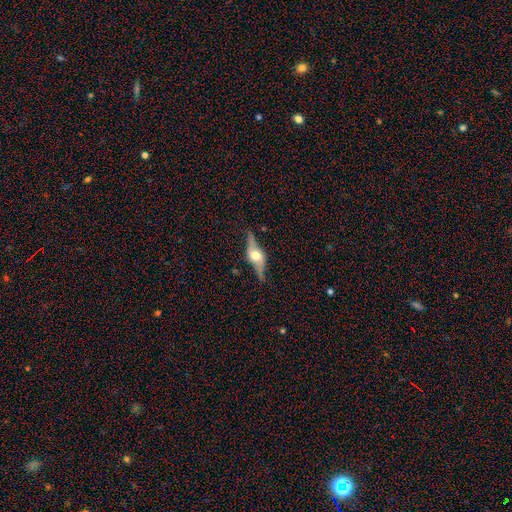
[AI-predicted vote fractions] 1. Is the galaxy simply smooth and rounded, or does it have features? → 76% featured or disk, 18% smooth, 6% star or artifact.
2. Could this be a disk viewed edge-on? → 83% yes, 17% no.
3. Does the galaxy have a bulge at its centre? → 92% rounded, 7% boxy, 2% none.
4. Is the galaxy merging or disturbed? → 75% none, 17% minor disturbance, 6% major disturbance, 2% merger.